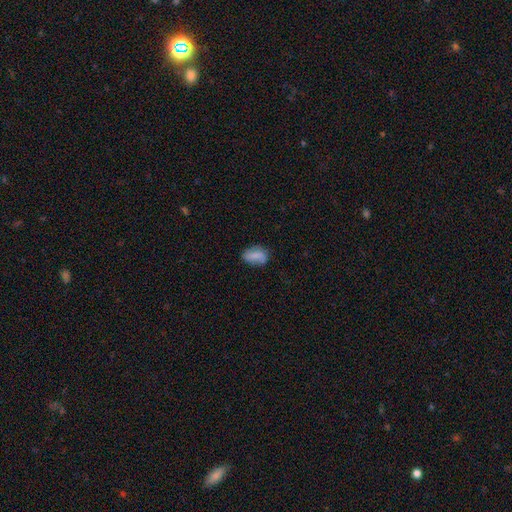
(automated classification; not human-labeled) Morphology: type=smooth (72%); roundness=in between (85%); merging=none (64%).